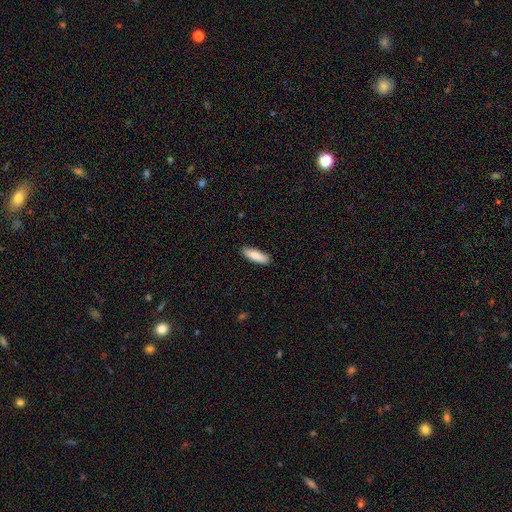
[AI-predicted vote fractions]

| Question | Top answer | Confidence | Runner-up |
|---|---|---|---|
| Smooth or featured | smooth | 88% | featured or disk (6%) |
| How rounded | cigar-shaped | 51% | in between (48%) |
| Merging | none | 89% | minor disturbance (8%) |